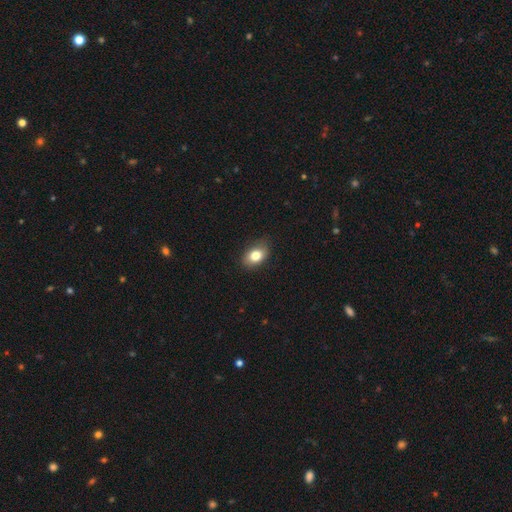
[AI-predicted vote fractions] smooth_or_featured: smooth (p=0.80) [alt: featured or disk p=0.11]
how_rounded: in between (p=0.81) [alt: round p=0.18]
merging: none (p=0.80) [alt: minor disturbance p=0.16]